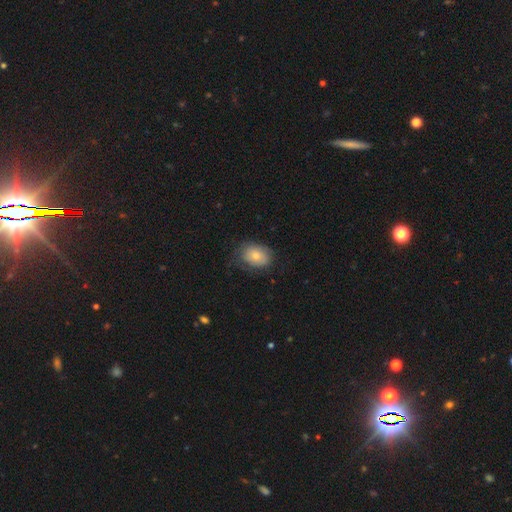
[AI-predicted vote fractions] Overall: smooth (75%). How rounded: in between (75%). Merging: none (65%).